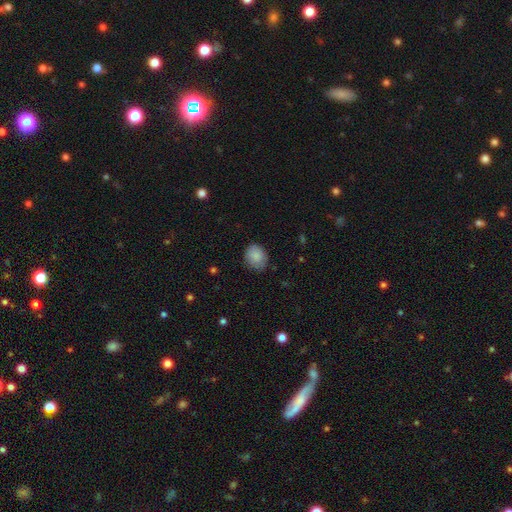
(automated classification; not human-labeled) smooth-or-featured: smooth: 87% | star or artifact: 8% | featured or disk: 5%
  how-rounded: round: 56% | in between: 43% | cigar-shaped: 1%
  merging: none: 77% | minor disturbance: 18% | major disturbance: 3% | merger: 1%